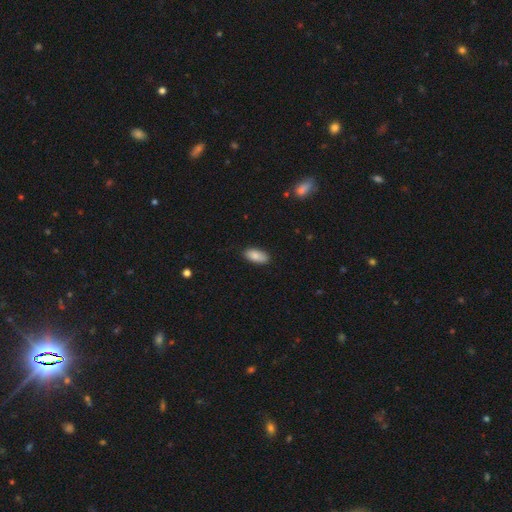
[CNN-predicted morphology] The model was most divided on "merging": none: 85%, minor disturbance: 12%, major disturbance: 2%, merger: 1%. More confident: how rounded — in between (91%); smooth or featured — smooth (87%).